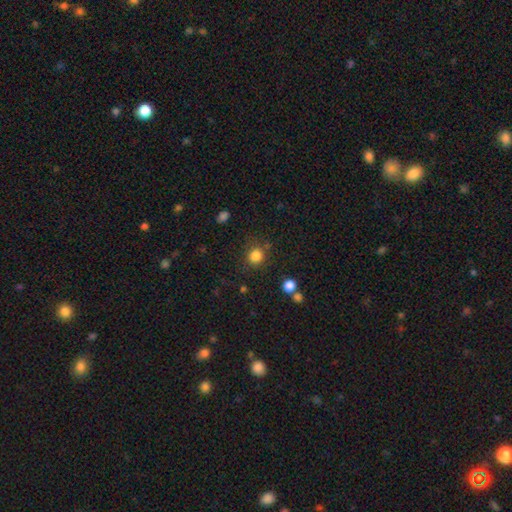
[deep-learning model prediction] This is clearly a smooth galaxy (83%). How rounded: clearly round (85%). Merging: likely none (79%).